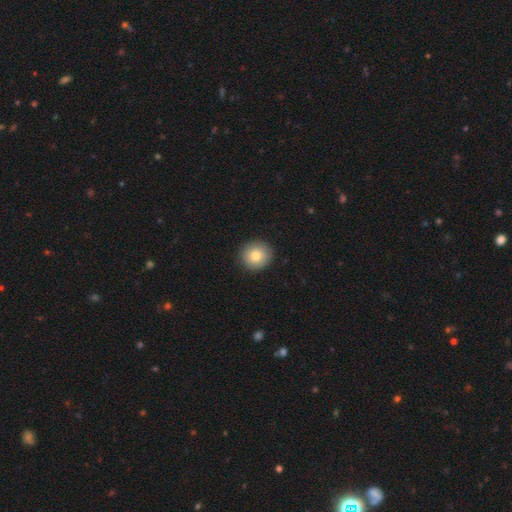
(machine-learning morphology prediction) type=smooth (81%); roundness=round (91%); merging=none (92%).